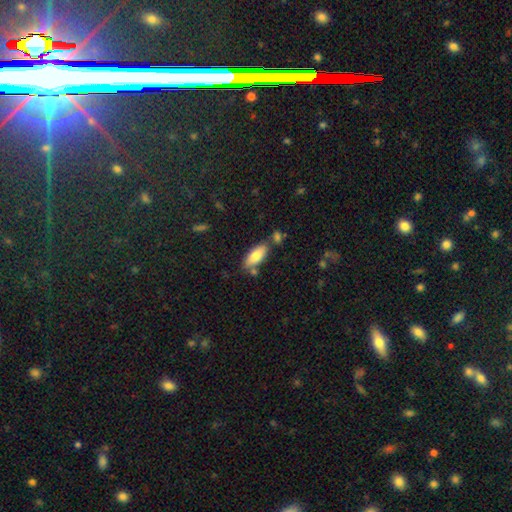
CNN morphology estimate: The model was most divided on "merging": none: 71%, minor disturbance: 15%, merger: 12%, major disturbance: 3%. More confident: smooth or featured — smooth (79%); how rounded — in between (78%).